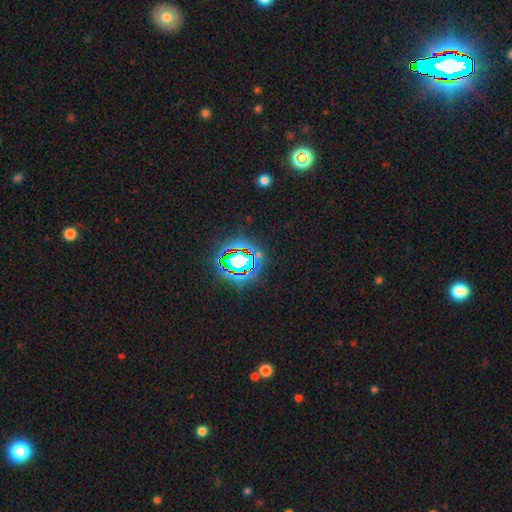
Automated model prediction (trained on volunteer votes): smooth_or_featured: star or artifact (p=0.75) [alt: smooth p=0.15]